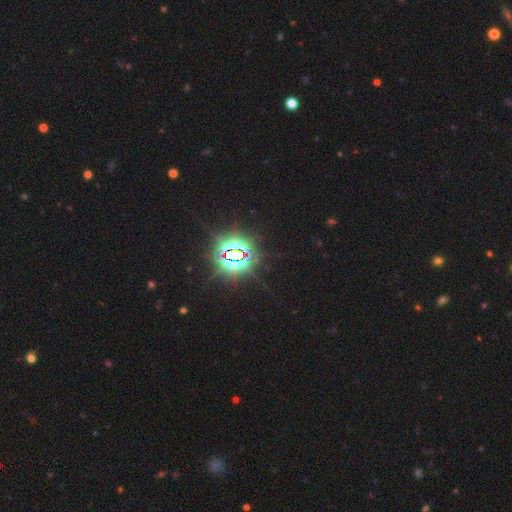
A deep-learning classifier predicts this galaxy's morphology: This is clearly a star or artifact rather than a galaxy (85%).